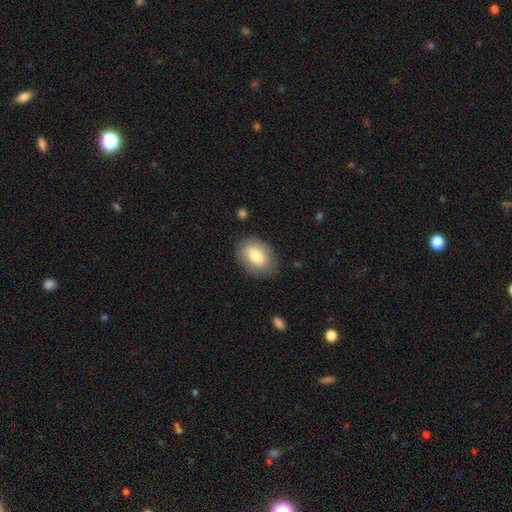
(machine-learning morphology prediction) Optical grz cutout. It shows a smooth galaxy with no disk features (79%) that is in between round and cigar-shaped (83%). Merging: none (83%).